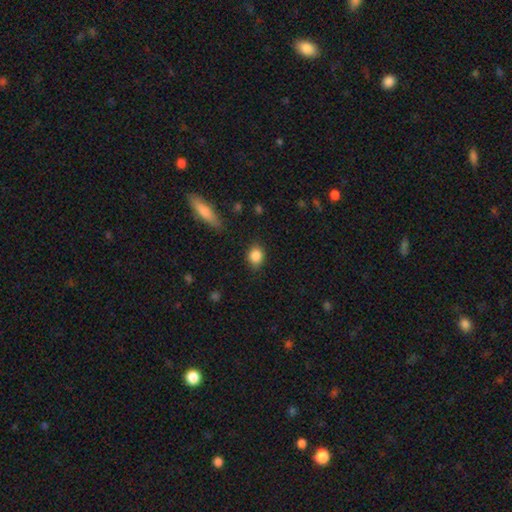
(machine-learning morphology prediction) Q: Smooth or featured?
A: smooth (86%); runner-up: star or artifact (9%)
Q: How rounded?
A: round (51%); runner-up: in between (47%)
Q: Merging?
A: none (83%); runner-up: minor disturbance (12%)